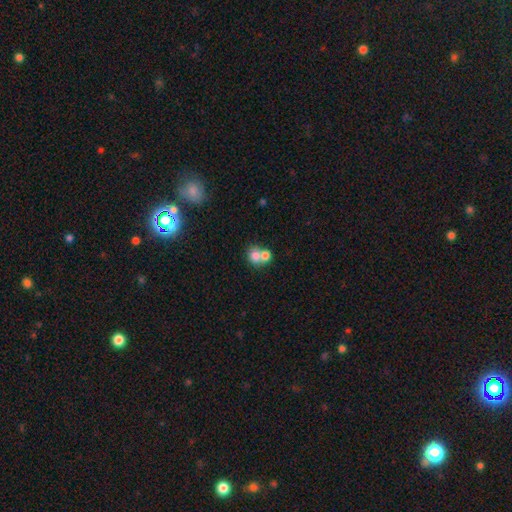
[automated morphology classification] Q: Smooth or featured?
A: smooth (74%); runner-up: featured or disk (16%)
Q: How rounded?
A: round (68%); runner-up: in between (31%)
Q: Merging?
A: merger (63%); runner-up: none (29%)